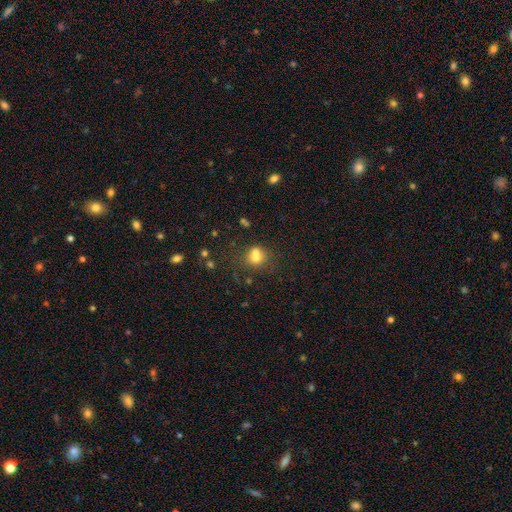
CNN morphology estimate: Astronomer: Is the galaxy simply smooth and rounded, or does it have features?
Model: smooth — 71%.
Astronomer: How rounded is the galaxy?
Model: round — 68%.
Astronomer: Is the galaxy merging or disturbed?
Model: merger — 41% (runner-up: none, 40%).